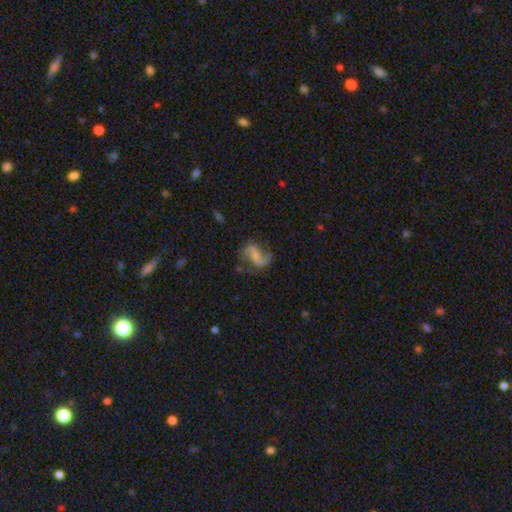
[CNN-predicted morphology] This is clearly a featured or disk galaxy (84%). It is clearly not viewed edge-on (98%). Bar: possibly no (45%). Spiral arm pattern: clearly yes (96%). Spiral arm count: clearly 2 (91%). Spiral winding: possibly loose (50%). Central bulge: possibly small (48%). Merging: likely none (70%).